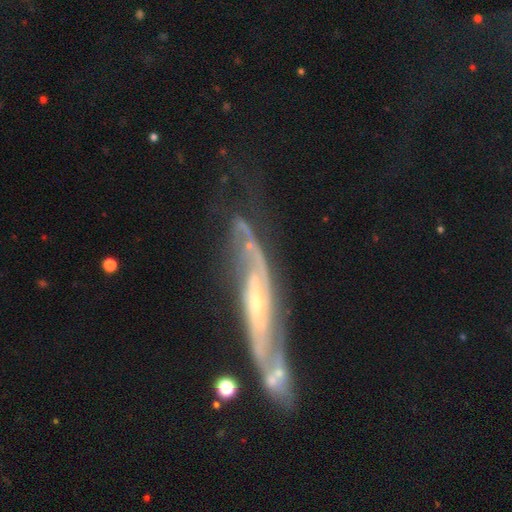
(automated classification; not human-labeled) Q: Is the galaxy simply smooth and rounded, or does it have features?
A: featured or disk — 85%.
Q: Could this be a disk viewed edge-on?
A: no — 58%.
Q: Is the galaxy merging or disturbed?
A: none — 51%.